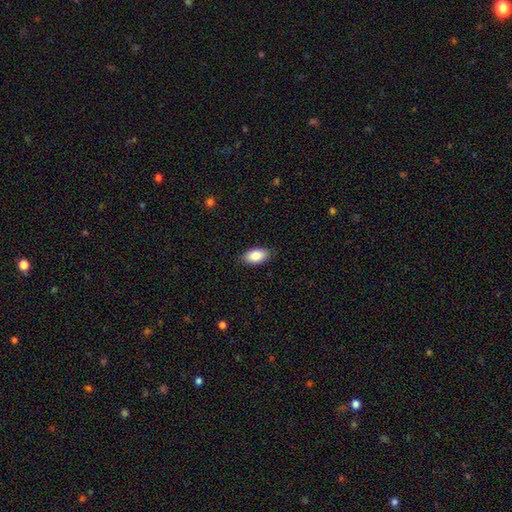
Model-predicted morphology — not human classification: Smooth or featured? smooth (85%)
How rounded? in between (93%)
Merging? none (87%)